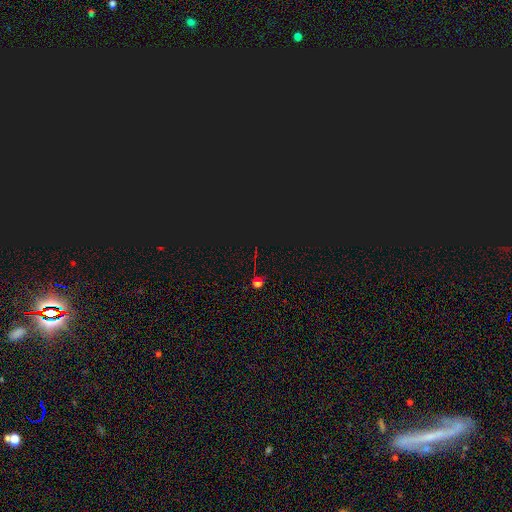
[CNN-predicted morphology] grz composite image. It shows a star or artifact, not a galaxy (78%).